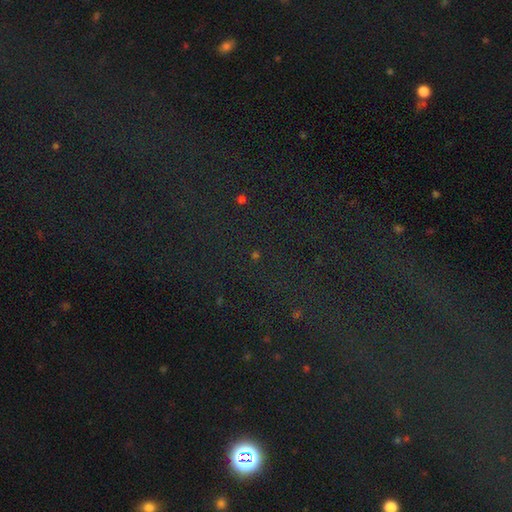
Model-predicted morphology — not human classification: A star or artifact, not a galaxy (72%).

Vote fractions:
- Smooth or featured? star or artifact: 72% / smooth: 19% / featured or disk: 8%